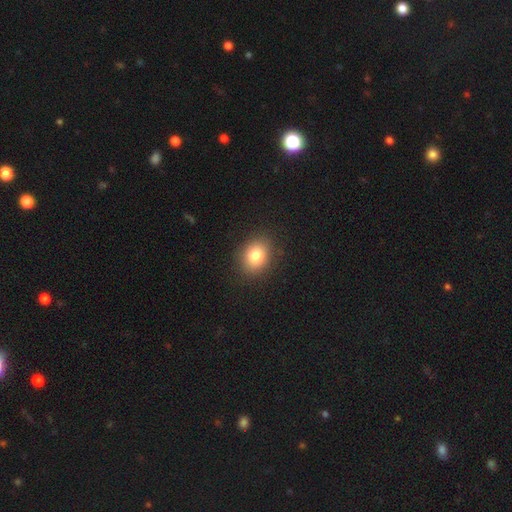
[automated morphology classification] Overall: smooth (82%). How rounded: round (54%; in between 45%). Merging: none (88%).